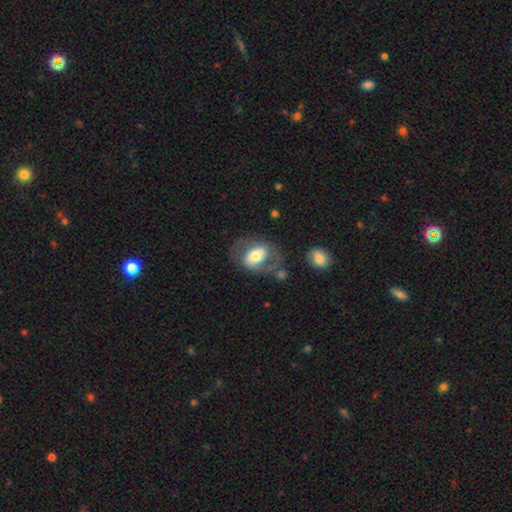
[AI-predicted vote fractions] featured or disk 52%, smooth 42%, star or artifact 6%. Down the decision tree: edge-on disk — no (94%); merging — none (55%).